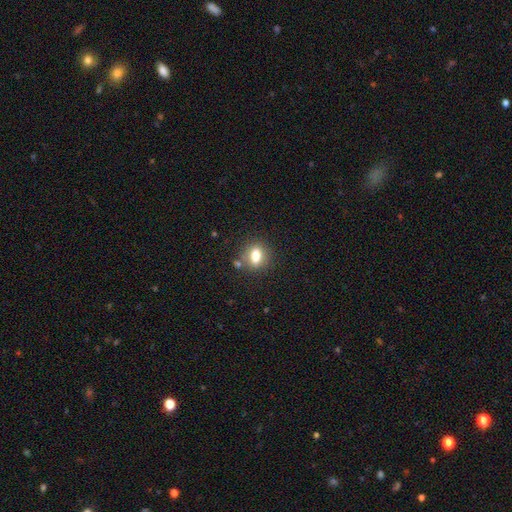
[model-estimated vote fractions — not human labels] This is likely a smooth galaxy (76%). How rounded: possibly in between (58%). Merging: likely none (79%).